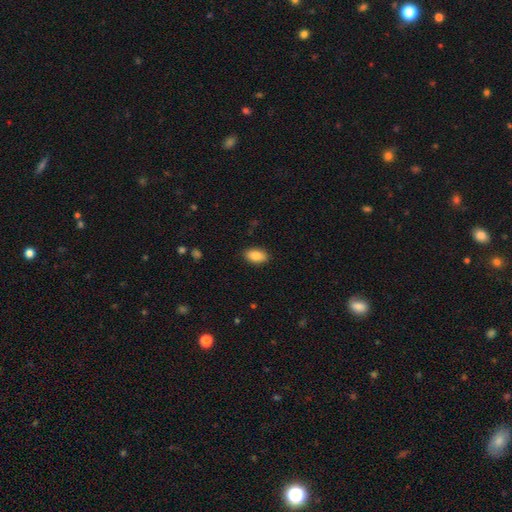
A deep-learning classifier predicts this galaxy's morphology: Smooth or featured: smooth — 86% (star or artifact — 7%)
How rounded: in between — 92% (round — 5%)
Merging: none — 88% (minor disturbance — 9%)